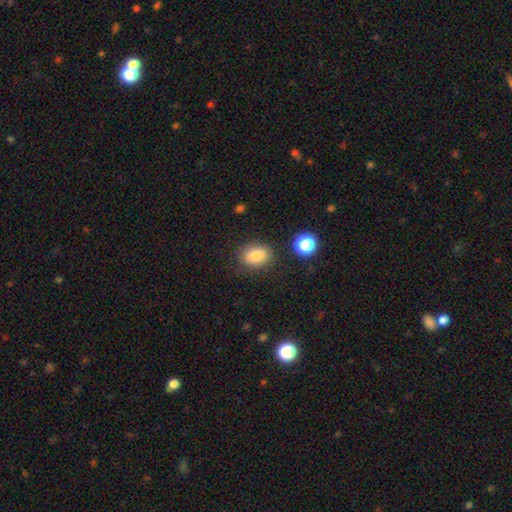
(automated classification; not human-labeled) A smooth galaxy with no disk features (84%) that is in between round and cigar-shaped (74%).

Vote fractions:
- Smooth or featured? smooth: 84% / star or artifact: 10% / featured or disk: 6%
- How rounded? in between: 74% / round: 25% / cigar-shaped: 1%
- Merging? none: 80% / minor disturbance: 13% / major disturbance: 4% / merger: 3%